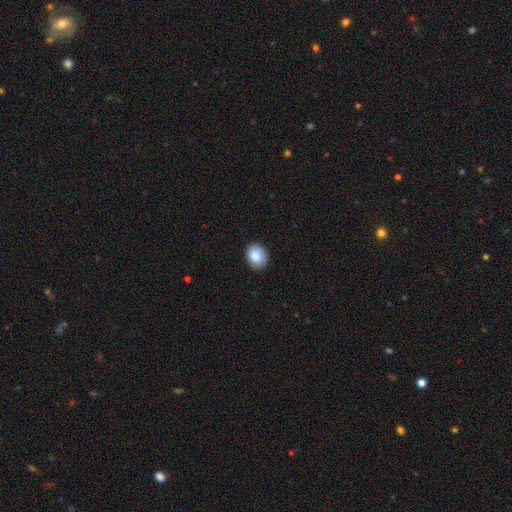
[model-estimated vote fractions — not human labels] Q: Smooth or featured?
A: smooth (88%); runner-up: star or artifact (7%)
Q: How rounded?
A: in between (56%); runner-up: round (44%)
Q: Merging?
A: none (83%); runner-up: minor disturbance (13%)